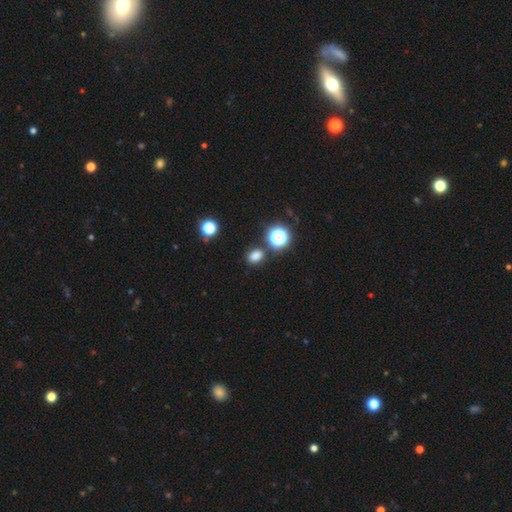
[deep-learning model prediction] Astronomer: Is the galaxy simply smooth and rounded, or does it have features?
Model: smooth — 76%.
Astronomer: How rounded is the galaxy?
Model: in between — 54% (runner-up: round, 45%).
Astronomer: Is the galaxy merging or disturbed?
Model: none — 79%.